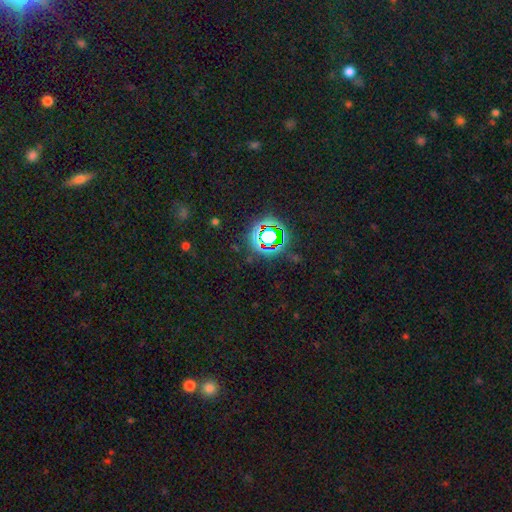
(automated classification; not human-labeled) Q: Smooth or featured?
A: star or artifact (71%); runner-up: smooth (23%)